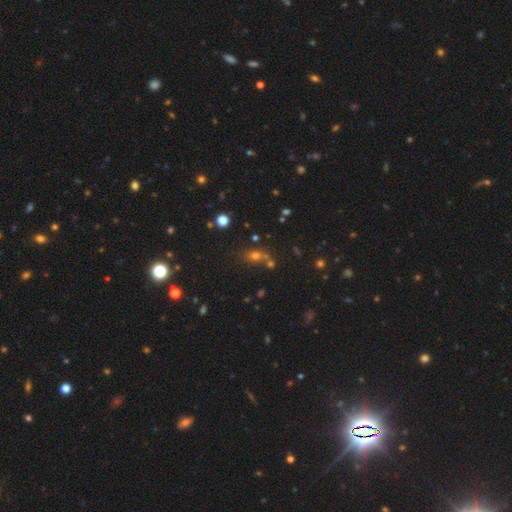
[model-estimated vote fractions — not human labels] Smooth or featured?
  - smooth: 52% *
  - star or artifact: 36%
  - featured or disk: 11%
How rounded?
  - round: 56% *
  - in between: 40%
  - cigar-shaped: 4%
Merging?
  - none: 57% *
  - merger: 24%
  - minor disturbance: 12%
  - major disturbance: 6%